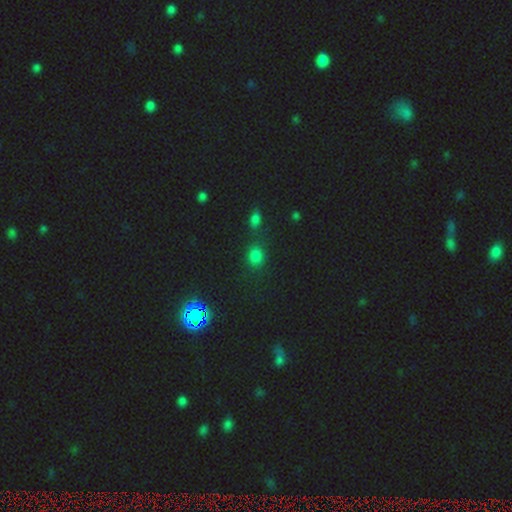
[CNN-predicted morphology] Q: Smooth or featured?
A: smooth (69%); runner-up: star or artifact (26%)
Q: How rounded?
A: round (67%); runner-up: in between (32%)
Q: Merging?
A: none (75%); runner-up: minor disturbance (11%)